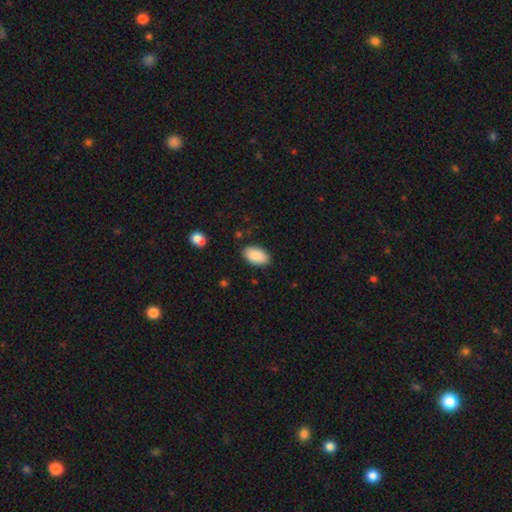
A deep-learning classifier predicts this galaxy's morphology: This appears to be a smooth galaxy with no disk features (88%) that is in between round and cigar-shaped (94%). Merging: none (85%).